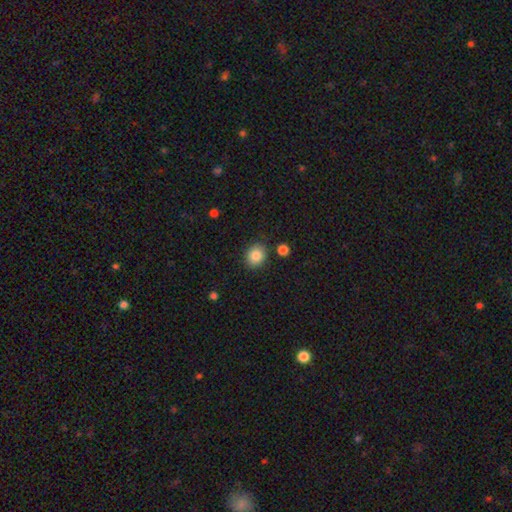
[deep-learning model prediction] This appears to be a smooth galaxy with no disk features (85%) that is round (67%). Merging: none (85%).